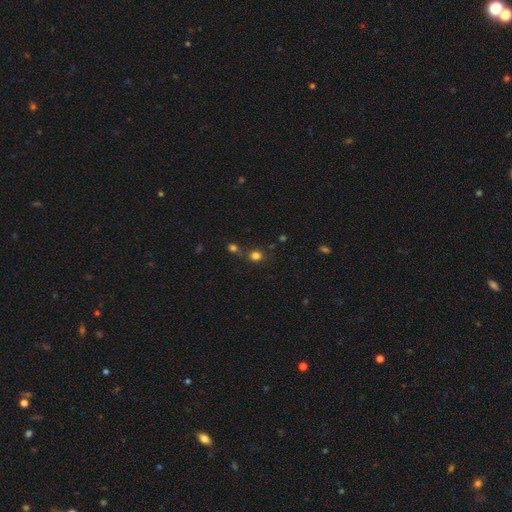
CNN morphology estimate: A smooth galaxy with no disk features (77%) that is round (73%). Merging: none (65%).